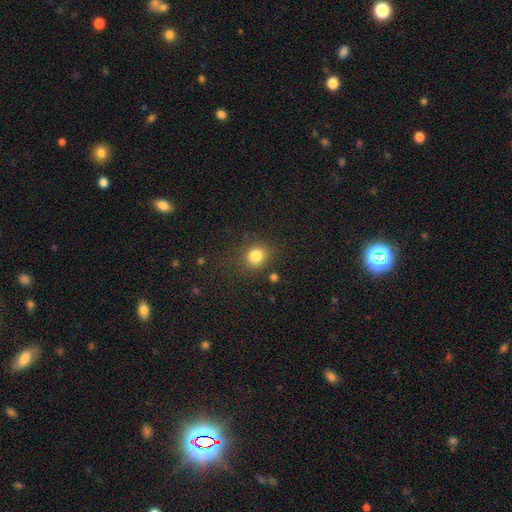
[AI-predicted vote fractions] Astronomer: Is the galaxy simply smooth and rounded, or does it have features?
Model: smooth — 83%.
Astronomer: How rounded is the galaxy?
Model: round — 76%.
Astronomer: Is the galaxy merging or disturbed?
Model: none — 76%.